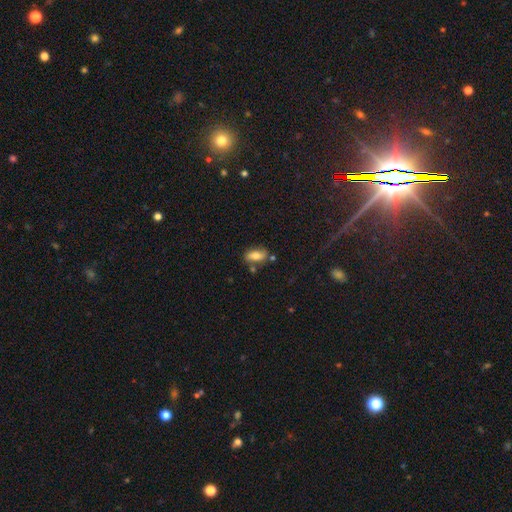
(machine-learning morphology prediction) Q: Smooth or featured?
A: smooth (74%); runner-up: featured or disk (17%)
Q: How rounded?
A: in between (85%); runner-up: cigar-shaped (11%)
Q: Merging?
A: none (73%); runner-up: minor disturbance (16%)